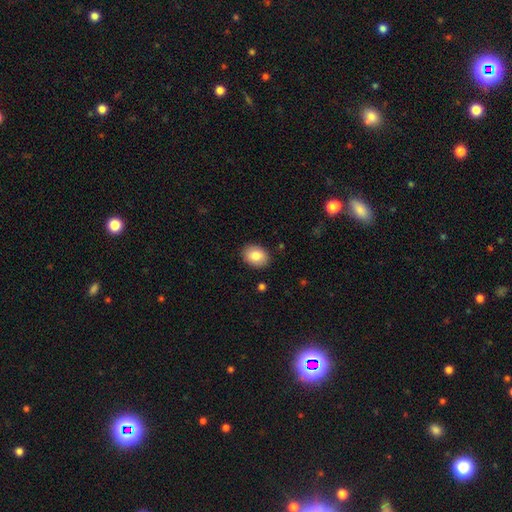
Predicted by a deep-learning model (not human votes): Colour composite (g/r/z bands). It shows a smooth galaxy with no disk features (84%) that is in between round and cigar-shaped (70%). Merging: none (89%).